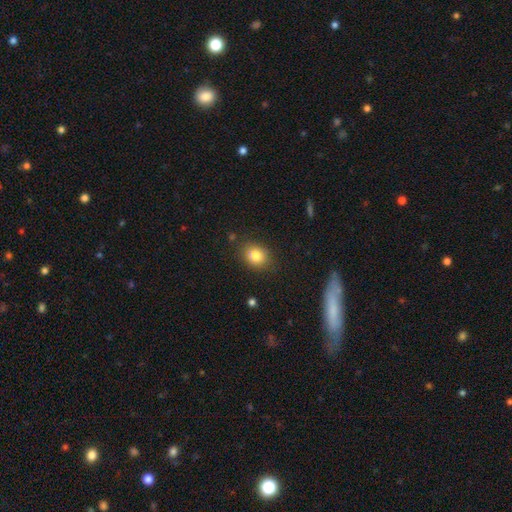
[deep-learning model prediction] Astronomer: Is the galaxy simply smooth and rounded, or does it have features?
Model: smooth — 83%.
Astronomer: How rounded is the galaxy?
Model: round — 57% (runner-up: in between, 42%).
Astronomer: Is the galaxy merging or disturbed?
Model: none — 82%.